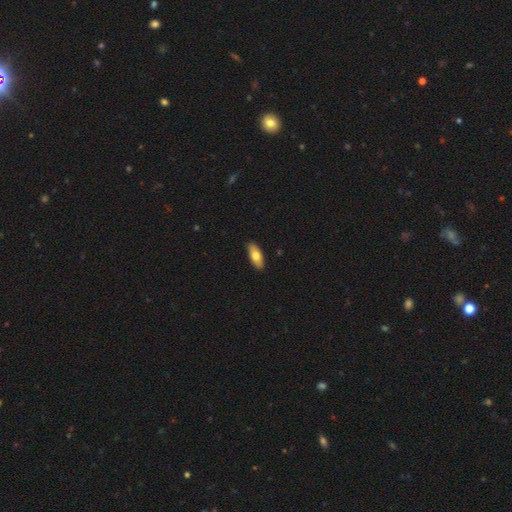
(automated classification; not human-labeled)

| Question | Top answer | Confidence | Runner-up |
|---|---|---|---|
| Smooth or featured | smooth | 72% | featured or disk (22%) |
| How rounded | in between | 79% | cigar-shaped (18%) |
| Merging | none | 89% | minor disturbance (8%) |